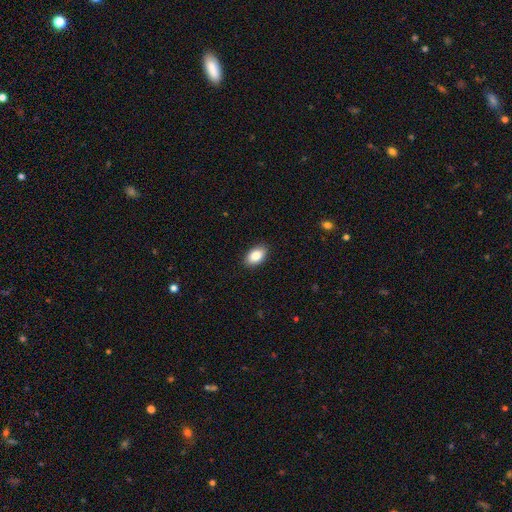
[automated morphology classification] smooth_or_featured: smooth (p=0.86) [alt: star or artifact p=0.07]
how_rounded: in between (p=0.92) [alt: round p=0.07]
merging: none (p=0.90) [alt: minor disturbance p=0.07]